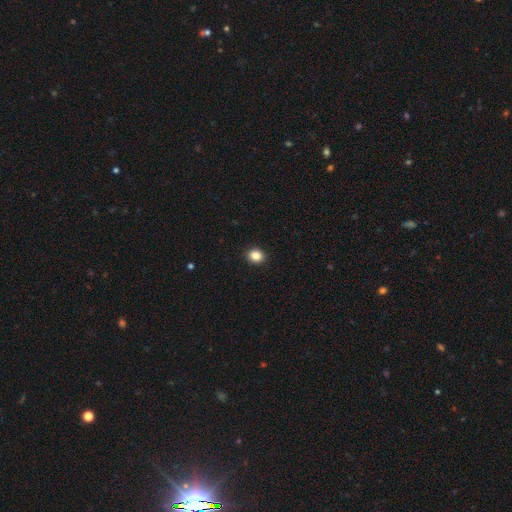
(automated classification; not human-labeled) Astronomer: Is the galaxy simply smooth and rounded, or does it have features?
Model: smooth — 86%.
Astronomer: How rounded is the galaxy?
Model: round — 66%.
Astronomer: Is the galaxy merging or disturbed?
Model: none — 92%.